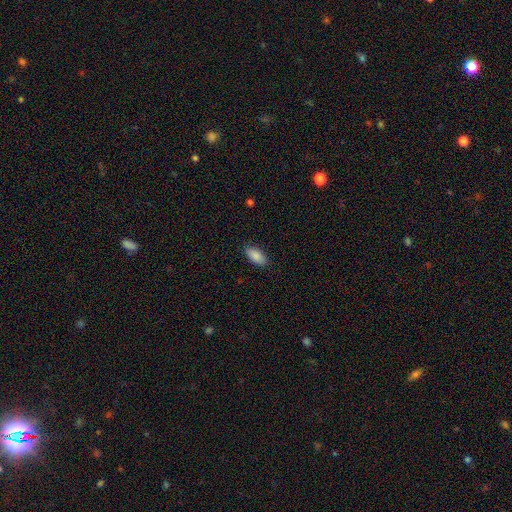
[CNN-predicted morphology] smooth 88%, star or artifact 6%, featured or disk 6%. Down the decision tree: how rounded — in between (91%); merging — none (87%).